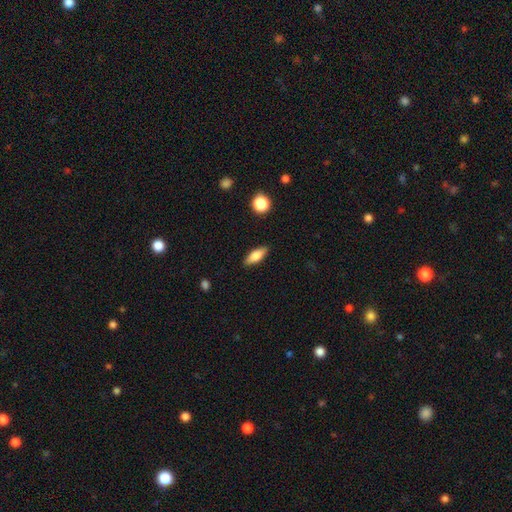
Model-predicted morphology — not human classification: smooth_or_featured: smooth (p=0.75) [alt: featured or disk p=0.18]
how_rounded: in between (p=0.65) [alt: cigar-shaped p=0.32]
merging: none (p=0.87) [alt: minor disturbance p=0.09]